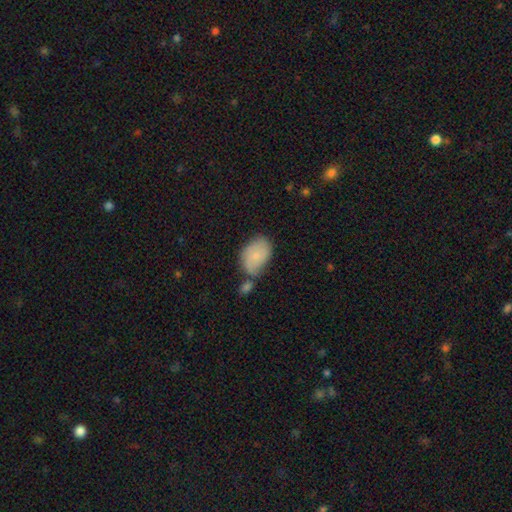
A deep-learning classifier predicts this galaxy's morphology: This is likely a smooth galaxy (65%). How rounded: clearly in between (86%). Merging: marginally none (42%).